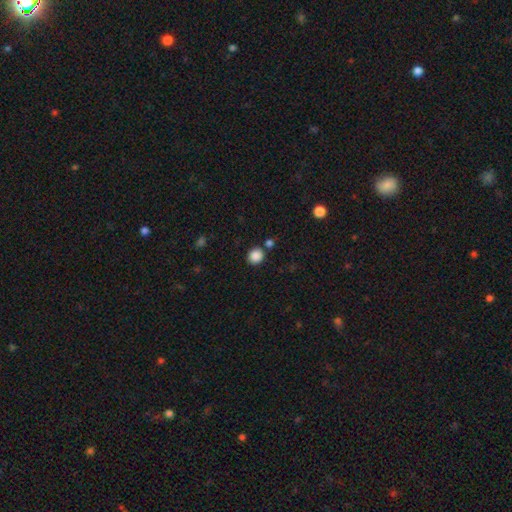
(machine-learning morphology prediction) type=smooth (87%); roundness=round (85%); merging=none (81%).